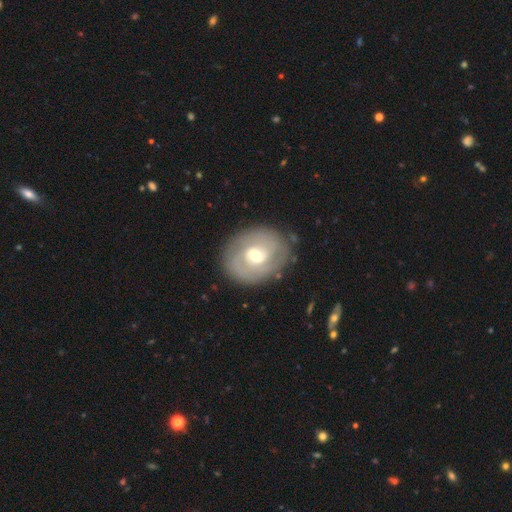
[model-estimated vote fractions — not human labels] A featured or disk galaxy (76%) with a weak bar (47%), 2 (64%) tight (57%) spiral arms (83%) and a moderate central bulge (69%).

Vote fractions:
- Smooth or featured? featured or disk: 76% / smooth: 18% / star or artifact: 5%
- Edge-on disk? no: 97% / yes: 3%
- Bar? weak: 47% / no: 41% / strong: 12%
- Spiral arms? yes: 83% / no: 17%
- Spiral winding? tight: 57% / medium: 32% / loose: 11%
- Spiral arm count? 2: 64% / can't tell: 20% / 3: 7% / 1: 4% / 4: 2% / more than 4: 2%
- Bulge size? moderate: 69% / small: 23% / large: 6% / dominant: 1% / none: 1%
- Merging? none: 82% / minor disturbance: 12% / major disturbance: 5% / merger: 1%